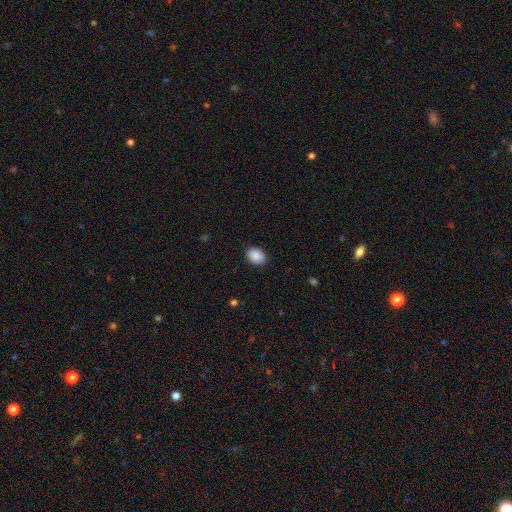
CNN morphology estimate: A smooth galaxy with no disk features (90%) that is in between round and cigar-shaped (63%). Merging: none (88%).